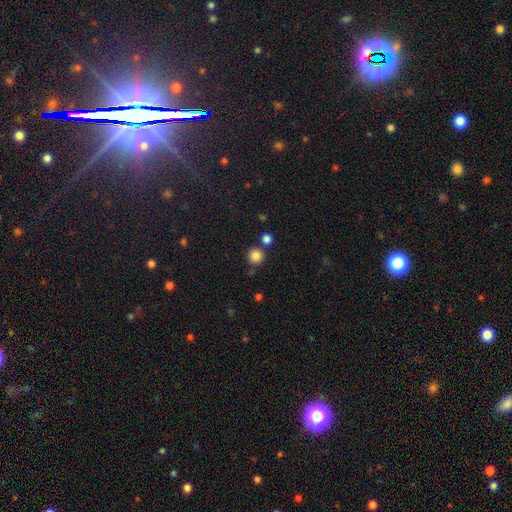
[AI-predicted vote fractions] smooth_or_featured: smooth (p=0.85) [alt: star or artifact p=0.11]
how_rounded: round (p=0.94) [alt: in between p=0.05]
merging: none (p=0.80) [alt: merger p=0.11]